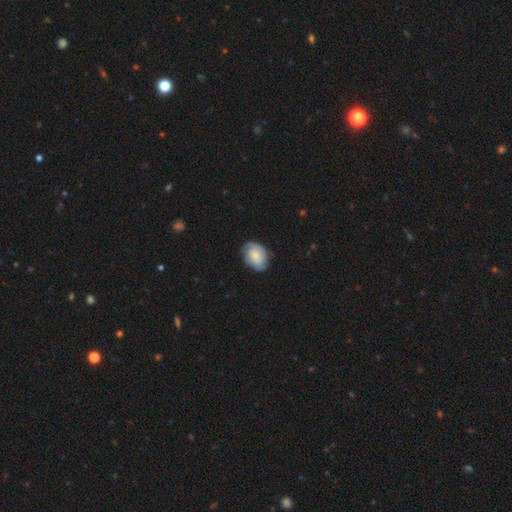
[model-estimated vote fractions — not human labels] Overall: smooth (64%; featured or disk 29%). How rounded: in between (76%). Merging: none (74%).